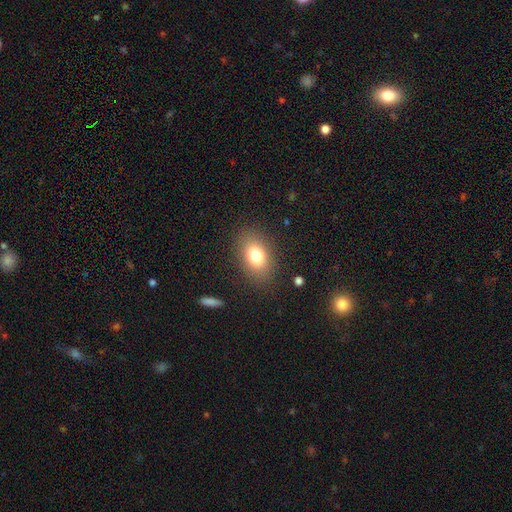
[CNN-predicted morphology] smooth-or-featured: smooth: 78% | featured or disk: 12% | star or artifact: 10%
  how-rounded: in between: 80% | round: 18% | cigar-shaped: 2%
  merging: none: 84% | minor disturbance: 10% | major disturbance: 4% | merger: 1%